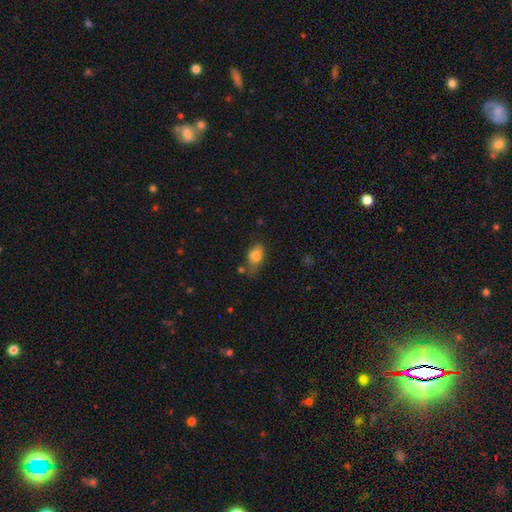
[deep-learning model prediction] Q: Smooth or featured?
A: smooth (81%); runner-up: featured or disk (10%)
Q: How rounded?
A: in between (81%); runner-up: round (17%)
Q: Merging?
A: none (51%); runner-up: minor disturbance (30%)